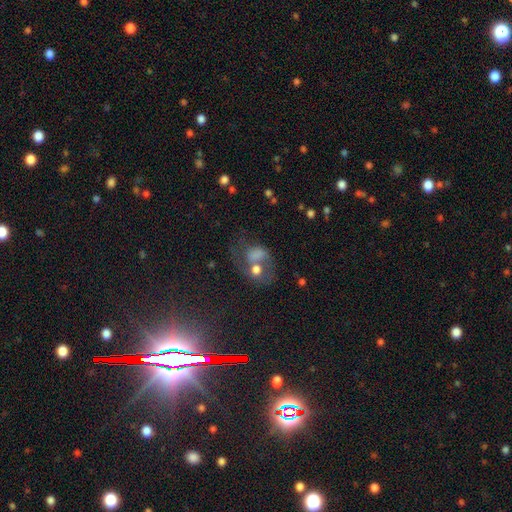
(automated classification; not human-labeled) smooth_or_featured: smooth (p=0.38) [alt: featured or disk p=0.36]
merging: merger (p=0.41) [alt: none p=0.28]